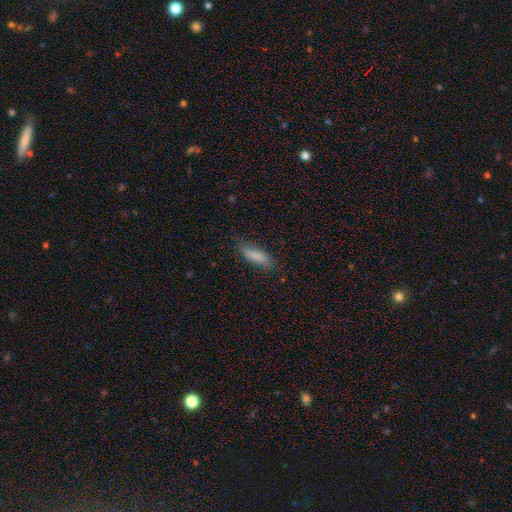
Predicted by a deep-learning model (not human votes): Smooth or featured? Predicted: smooth (p=0.85). How rounded? Predicted: cigar-shaped (p=0.49, tied with in between). Merging? Predicted: none (p=0.79).